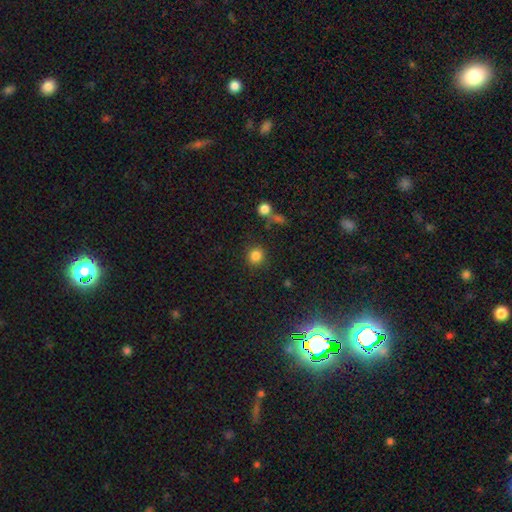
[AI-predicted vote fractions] This is clearly a smooth galaxy (83%). How rounded: clearly round (92%). Merging: clearly none (85%).